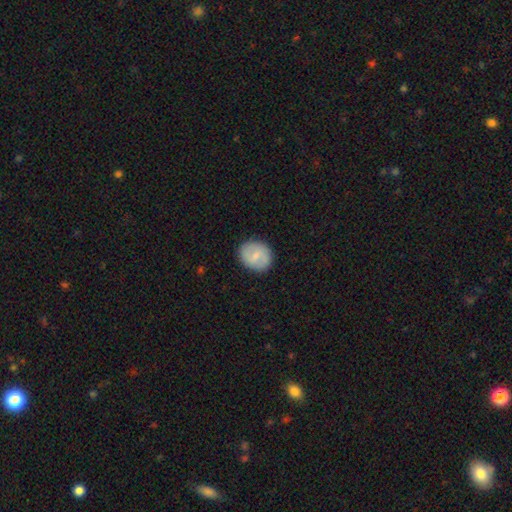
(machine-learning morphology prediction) This appears to be a smooth galaxy with no disk features (66%) that is round (72%). Merging: none (86%).